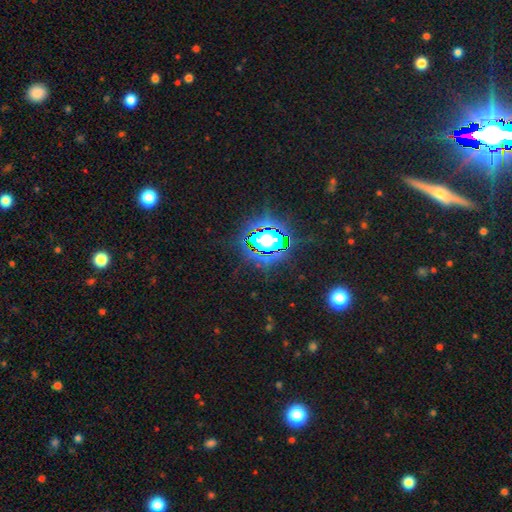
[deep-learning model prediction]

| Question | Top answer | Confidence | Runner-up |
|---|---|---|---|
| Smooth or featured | star or artifact | 77% | smooth (12%) |